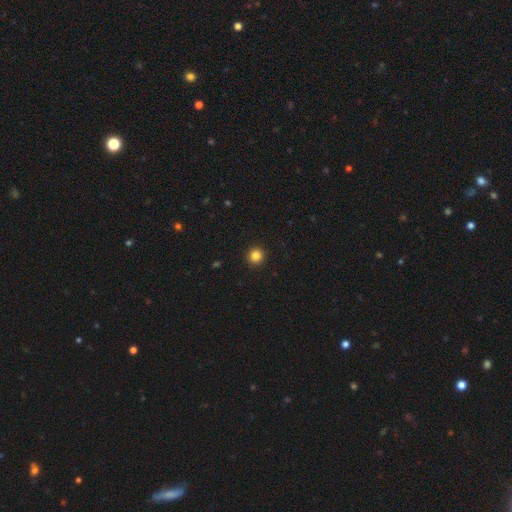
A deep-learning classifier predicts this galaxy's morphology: Smooth or featured: smooth — 84% (star or artifact — 12%)
How rounded: round — 95% (in between — 4%)
Merging: none — 94% (minor disturbance — 4%)